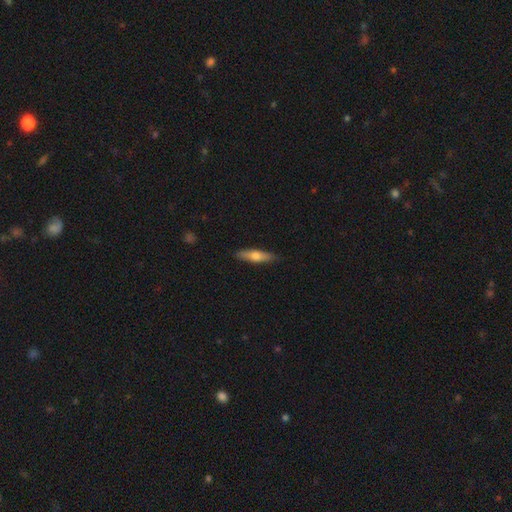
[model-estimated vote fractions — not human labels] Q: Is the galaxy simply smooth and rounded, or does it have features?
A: smooth — 62%.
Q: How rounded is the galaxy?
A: cigar-shaped — 72%.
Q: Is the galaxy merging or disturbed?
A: none — 88%.